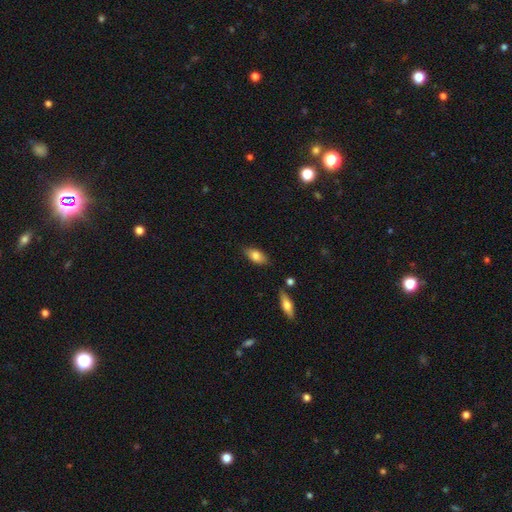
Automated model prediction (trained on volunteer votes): Morphology: type=smooth (78%); roundness=in between (88%); merging=none (81%).